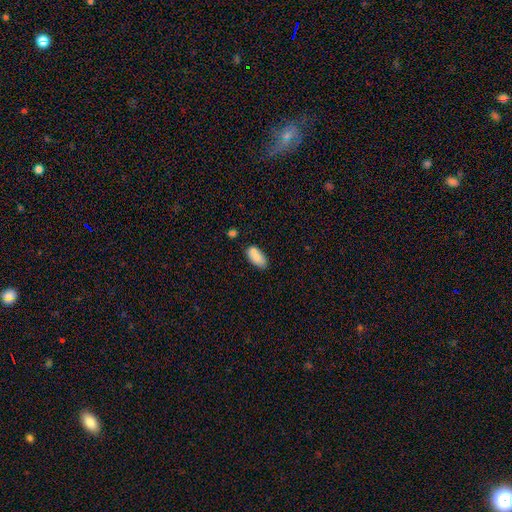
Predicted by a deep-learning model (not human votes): Q: Smooth or featured?
A: smooth (78%); runner-up: featured or disk (14%)
Q: How rounded?
A: in between (91%); runner-up: cigar-shaped (5%)
Q: Merging?
A: none (58%); runner-up: merger (21%)